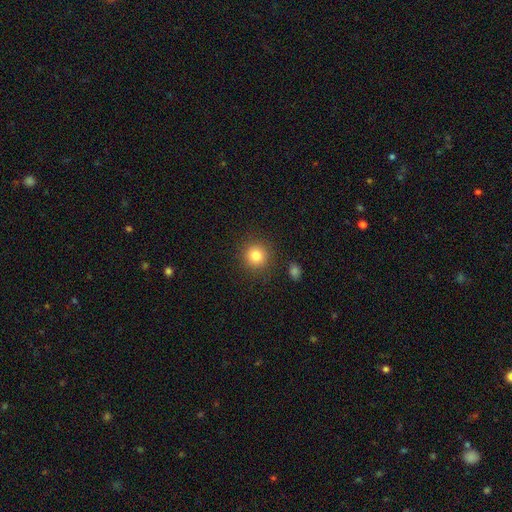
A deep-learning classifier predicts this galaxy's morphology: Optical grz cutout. It shows a smooth galaxy with no disk features (82%) that is round (92%). Merging: none (88%).